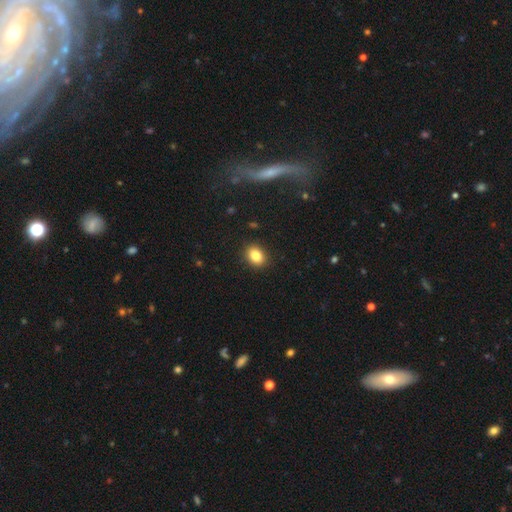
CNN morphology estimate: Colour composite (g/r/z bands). It shows a smooth galaxy with no disk features (84%) that is in between round and cigar-shaped (63%). Merging: none (90%).